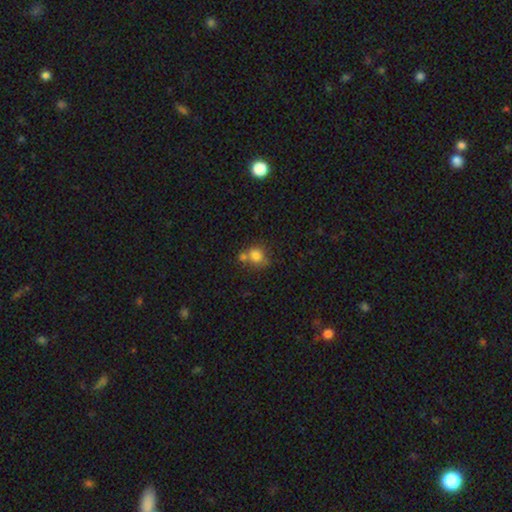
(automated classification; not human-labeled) This is likely a smooth galaxy (78%). How rounded: likely round (72%). Merging: marginally none (45%).